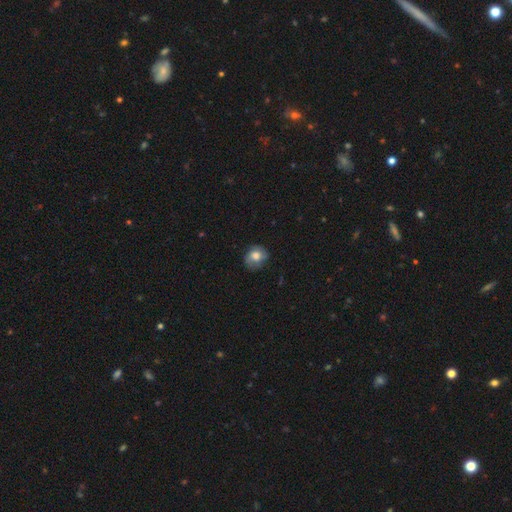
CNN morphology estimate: Smooth or featured? Predicted: smooth (p=0.66). How rounded? Predicted: round (p=0.66). Merging? Predicted: none (p=0.64).